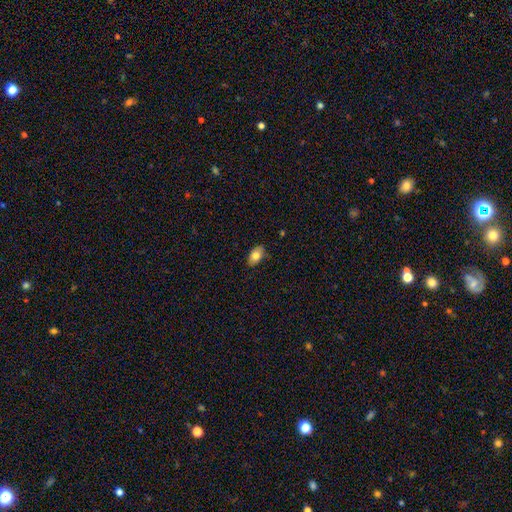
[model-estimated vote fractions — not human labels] Smooth or featured? Predicted: smooth (p=0.79). How rounded? Predicted: in between (p=0.92). Merging? Predicted: none (p=0.83).